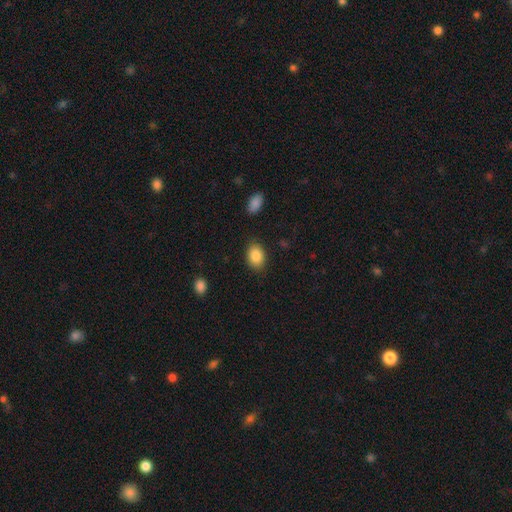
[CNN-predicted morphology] type=smooth (88%); roundness=in between (77%); merging=none (84%).